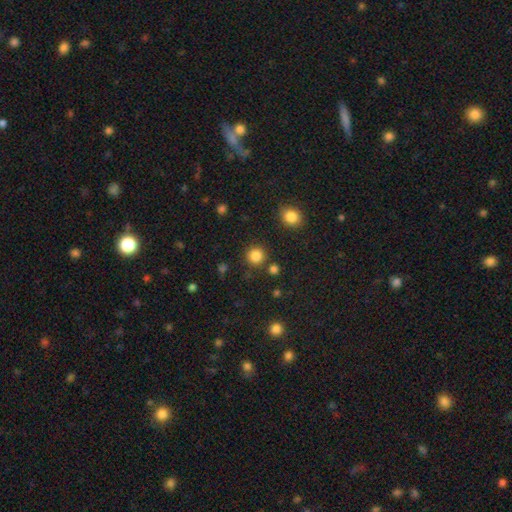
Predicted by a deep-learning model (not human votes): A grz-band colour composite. It shows a smooth galaxy with no disk features (84%) that is round (93%). Merging: none (87%).